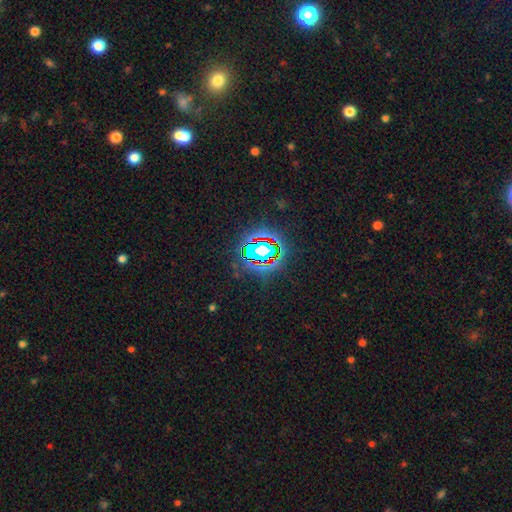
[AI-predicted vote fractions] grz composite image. It shows a star or artifact, not a galaxy (82%).